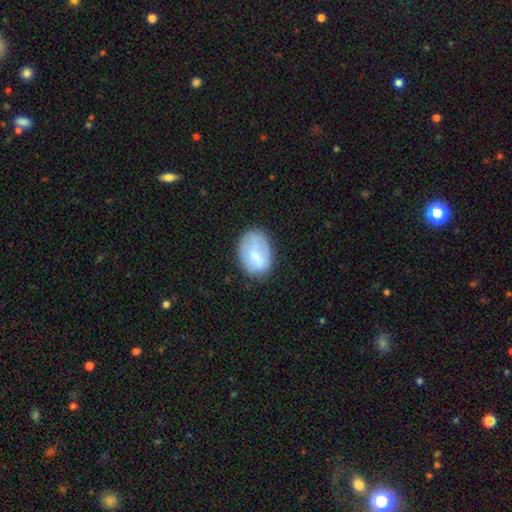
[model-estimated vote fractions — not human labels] This appears to be a smooth galaxy with no disk features (67%) that is in between round and cigar-shaped (80%). Merging: none (69%).